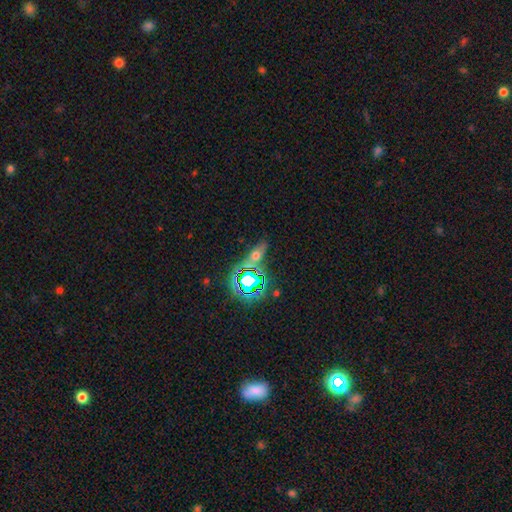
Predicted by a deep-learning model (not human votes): Smooth or featured? Predicted: smooth (p=0.42). Merging? Predicted: none (p=0.69).